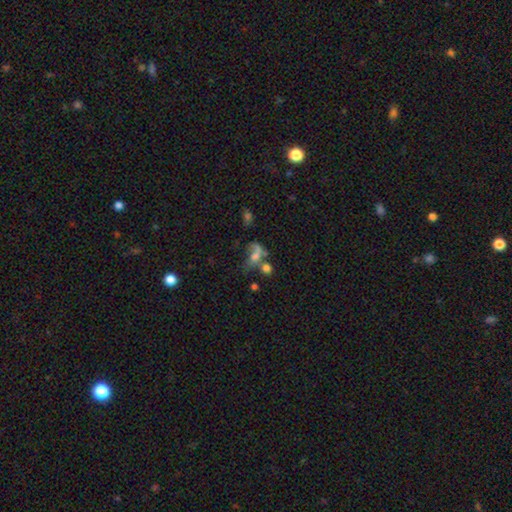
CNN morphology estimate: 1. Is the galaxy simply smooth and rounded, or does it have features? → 50% smooth, 33% featured or disk, 17% star or artifact.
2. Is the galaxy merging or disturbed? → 37% merger, 27% major disturbance, 23% none, 13% minor disturbance.